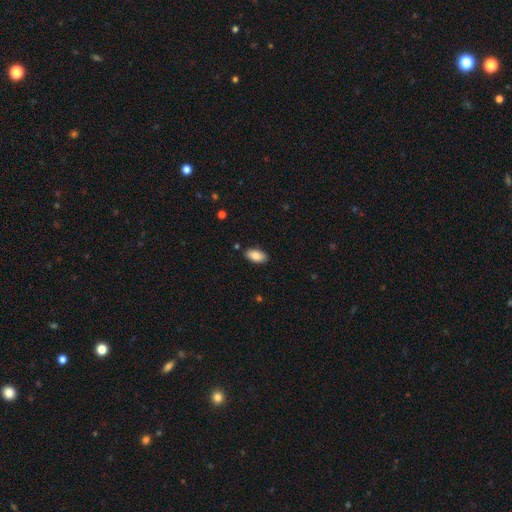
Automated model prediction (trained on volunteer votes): smooth_or_featured: smooth (p=0.86) [alt: star or artifact p=0.07]
how_rounded: in between (p=0.94) [alt: cigar-shaped p=0.03]
merging: none (p=0.87) [alt: minor disturbance p=0.10]